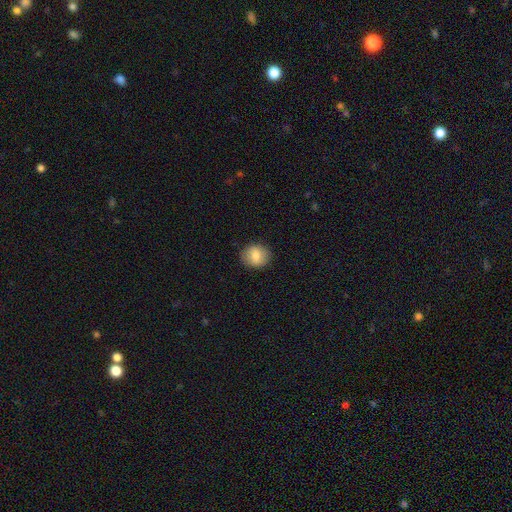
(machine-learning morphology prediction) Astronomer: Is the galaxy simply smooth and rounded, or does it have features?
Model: smooth — 78%.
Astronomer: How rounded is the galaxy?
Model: round — 71%.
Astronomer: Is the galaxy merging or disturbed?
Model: none — 88%.